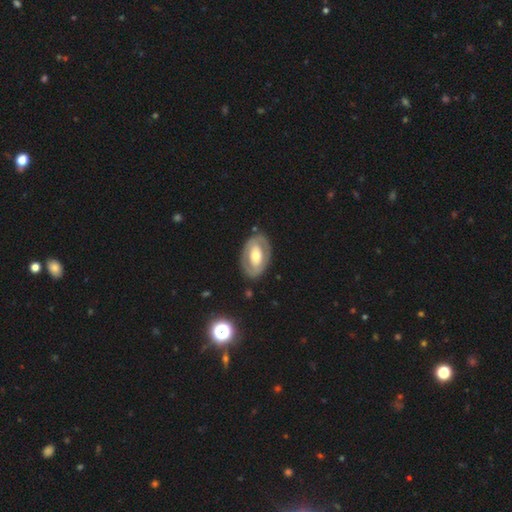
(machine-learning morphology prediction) Smooth or featured: featured or disk — 61% (smooth — 34%)
Edge-on disk: no — 92% (yes — 8%)
Bar: no — 52% (weak — 28%)
Spiral arms: no — 67% (yes — 33%)
Bulge size: moderate — 62% (large — 18%)
Merging: none — 81% (minor disturbance — 13%)